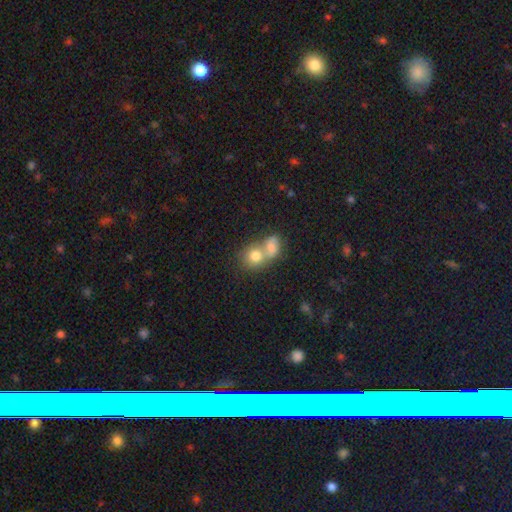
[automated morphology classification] Q: Smooth or featured?
A: smooth (75%); runner-up: featured or disk (15%)
Q: How rounded?
A: round (71%); runner-up: in between (28%)
Q: Merging?
A: merger (67%); runner-up: none (25%)